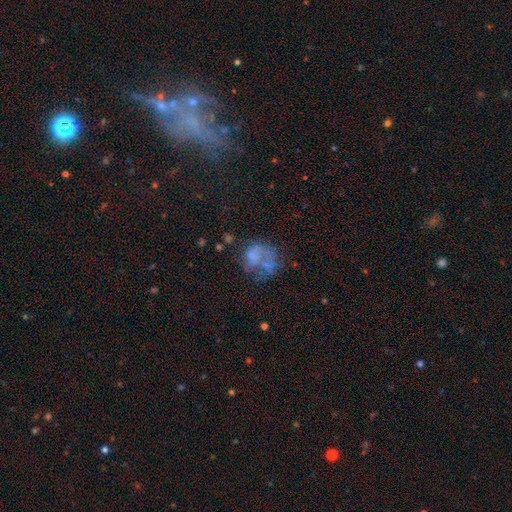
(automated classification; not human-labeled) A featured or disk galaxy (48%). Merging: none (34%).